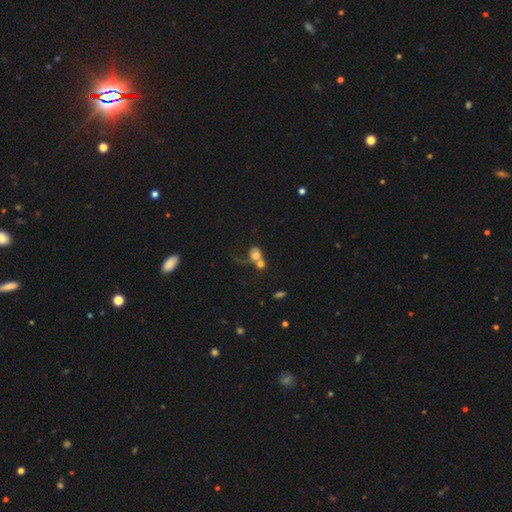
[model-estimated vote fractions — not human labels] smooth_or_featured: smooth (p=0.59) [alt: featured or disk p=0.30]
how_rounded: round (p=0.61) [alt: in between p=0.37]
merging: merger (p=0.55) [alt: major disturbance p=0.20]